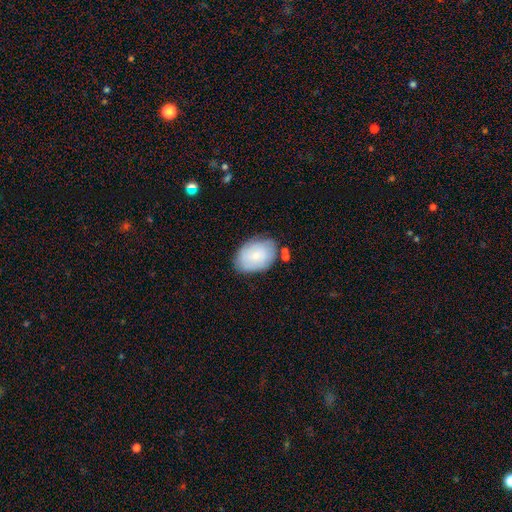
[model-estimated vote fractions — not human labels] Morphology: type=smooth (69%); roundness=in between (83%); merging=none (73%).